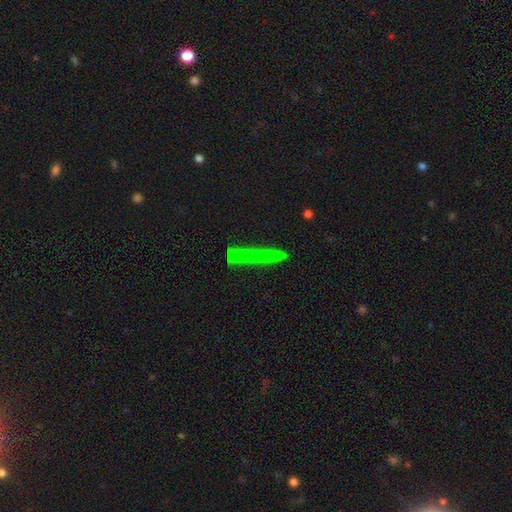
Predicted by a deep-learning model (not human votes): Smooth or featured? Predicted: featured or disk (p=0.45). Merging? Predicted: none (p=0.83).